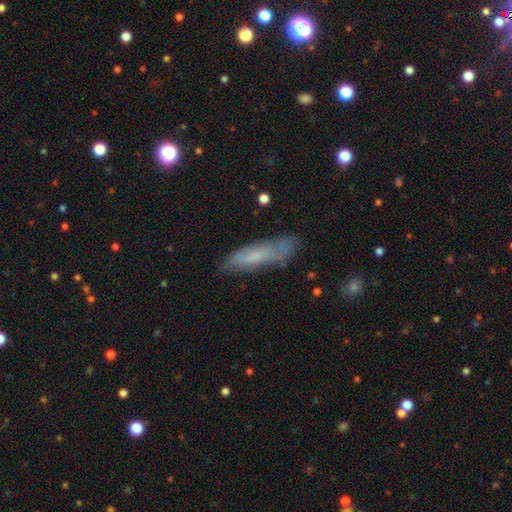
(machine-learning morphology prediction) smooth_or_featured: smooth (p=0.57) [alt: featured or disk p=0.35]
how_rounded: cigar-shaped (p=0.69) [alt: in between p=0.29]
merging: none (p=0.67) [alt: minor disturbance p=0.23]